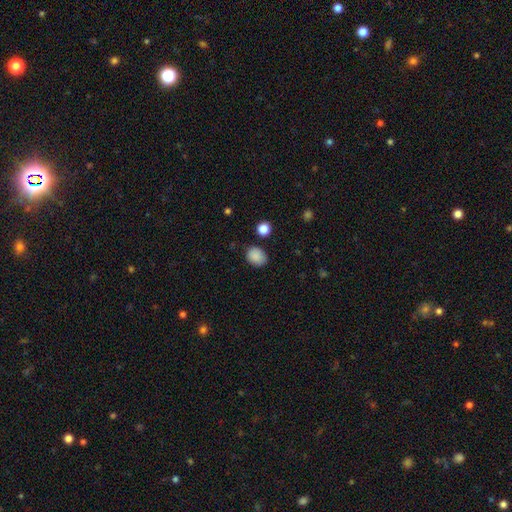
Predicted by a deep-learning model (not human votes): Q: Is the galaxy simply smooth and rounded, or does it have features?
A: smooth — 87%.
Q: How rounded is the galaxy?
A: in between — 54%.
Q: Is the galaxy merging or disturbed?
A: none — 79%.